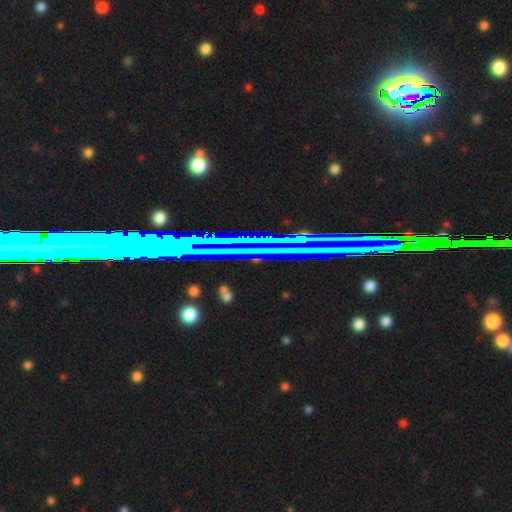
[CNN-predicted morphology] star or artifact 73%, featured or disk 17%, smooth 10%.